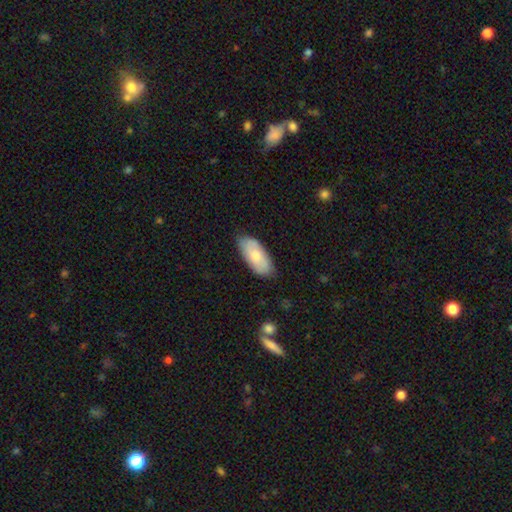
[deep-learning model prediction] Morphology: type=smooth (71%); roundness=in between (91%); merging=none (79%).